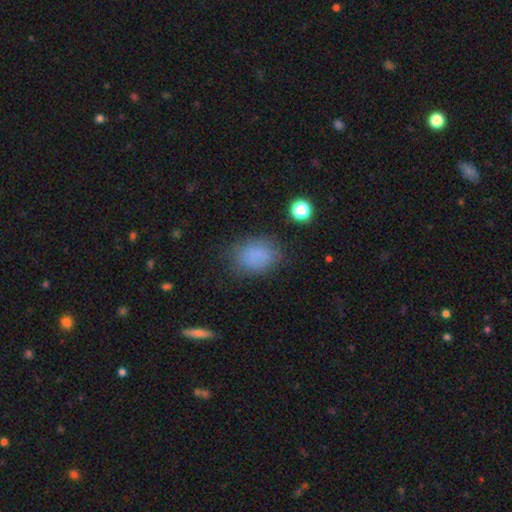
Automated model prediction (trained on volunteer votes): The model was most divided on "how rounded": in between: 58%, round: 41%, cigar-shaped: 1%. More confident: smooth or featured — smooth (81%); merging — none (73%).